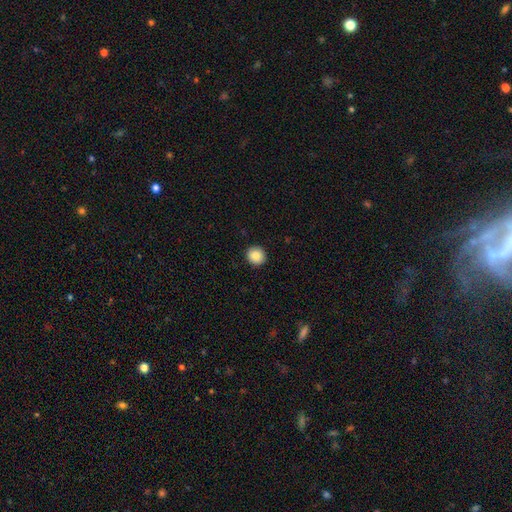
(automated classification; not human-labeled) A smooth galaxy with no disk features (86%) that is round (91%).

Vote fractions:
- Smooth or featured? smooth: 86% / star or artifact: 9% / featured or disk: 5%
- How rounded? round: 91% / in between: 8% / cigar-shaped: 1%
- Merging? none: 93% / minor disturbance: 5% / major disturbance: 2% / merger: 1%